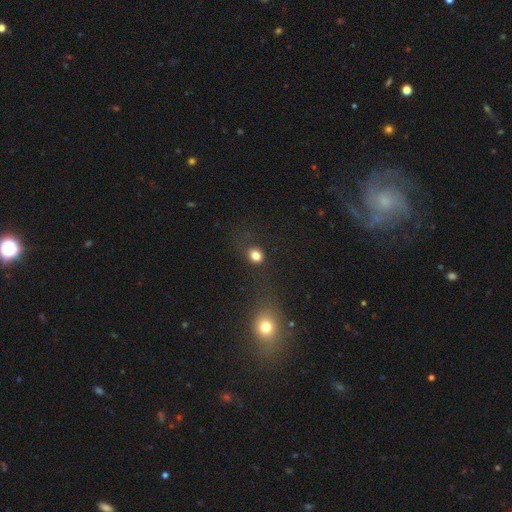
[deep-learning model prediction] The model was most divided on "how rounded": round: 67%, in between: 32%, cigar-shaped: 1%. More confident: smooth or featured — smooth (80%); merging — none (75%).